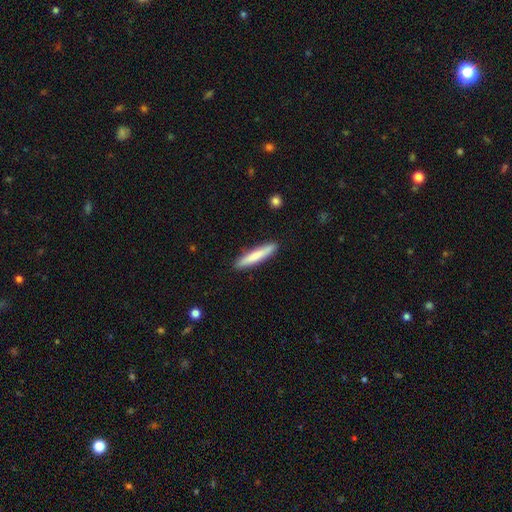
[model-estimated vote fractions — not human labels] smooth-or-featured: smooth: 74% | featured or disk: 21% | star or artifact: 5%
  how-rounded: cigar-shaped: 91% | in between: 8% | round: 1%
  merging: none: 90% | minor disturbance: 7% | major disturbance: 1% | merger: 1%